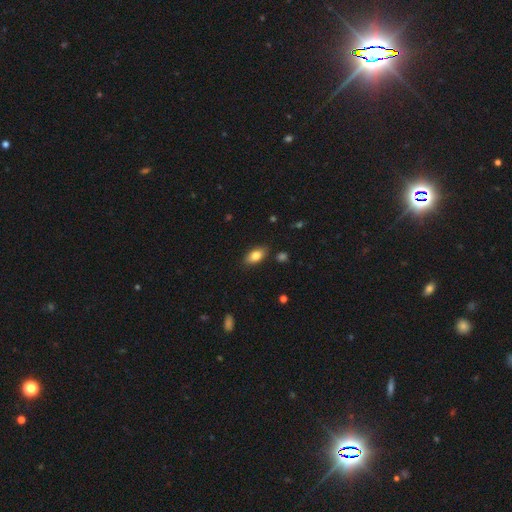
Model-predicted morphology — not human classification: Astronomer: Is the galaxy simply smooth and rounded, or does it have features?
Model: smooth — 80%.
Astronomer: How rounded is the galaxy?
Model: in between — 89%.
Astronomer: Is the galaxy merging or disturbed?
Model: none — 84%.